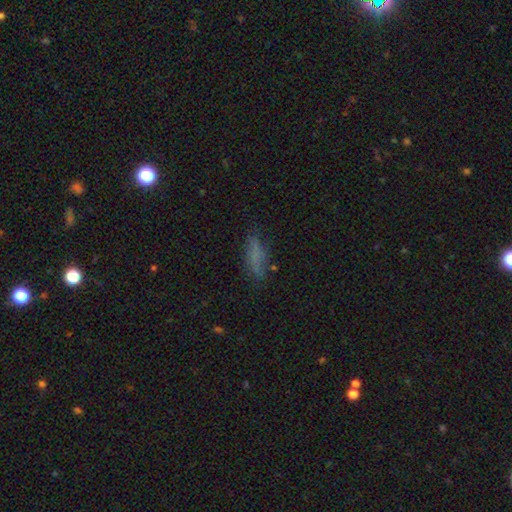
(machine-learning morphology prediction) Smooth or featured?
  - smooth: 68% *
  - featured or disk: 19%
  - star or artifact: 13%
How rounded?
  - cigar-shaped: 55% *
  - in between: 42%
  - round: 3%
Merging?
  - none: 69% *
  - minor disturbance: 21%
  - major disturbance: 8%
  - merger: 2%